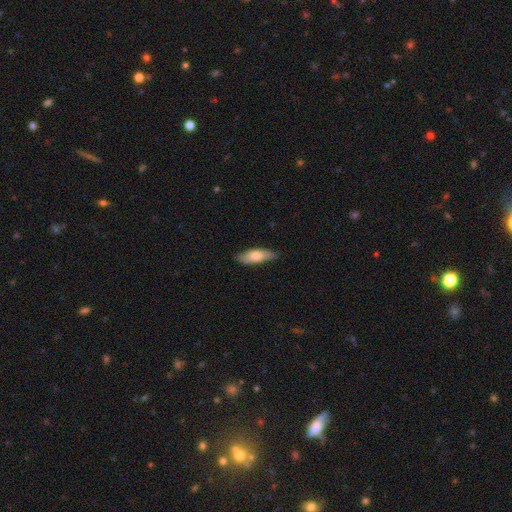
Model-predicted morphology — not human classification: smooth_or_featured: smooth (p=0.71) [alt: featured or disk p=0.23]
how_rounded: in between (p=0.59) [alt: cigar-shaped p=0.39]
merging: none (p=0.75) [alt: minor disturbance p=0.20]